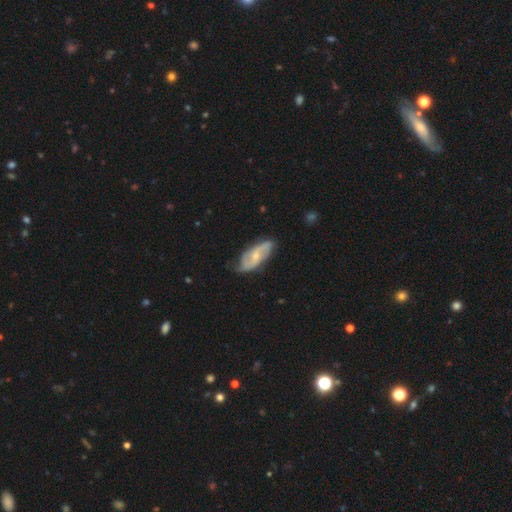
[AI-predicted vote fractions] The model was most divided on "spiral winding": medium: 41%, loose: 38%, tight: 21%. Remaining: edge-on disk — no (92%); spiral arms — yes (91%); spiral arm count — 2 (81%); merging — none (74%); smooth or featured — featured or disk (72%); bulge size — small (55%); bar — no (46%).